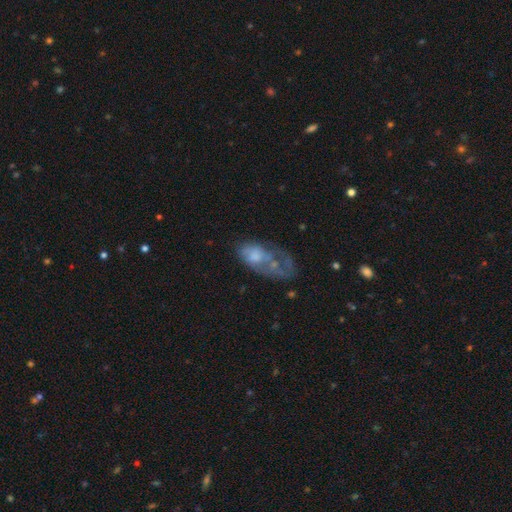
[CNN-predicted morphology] Smooth or featured? Predicted: featured or disk (p=0.48). Merging? Predicted: major disturbance (p=0.41).